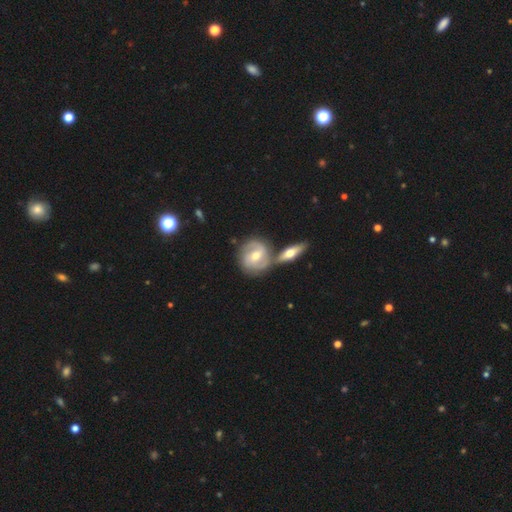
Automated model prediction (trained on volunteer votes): A featured or disk galaxy (79%) with a weak bar (46%), 2 (68%) tight (47%) spiral arms (94%) and a moderate central bulge (64%). Merging: none (51%).